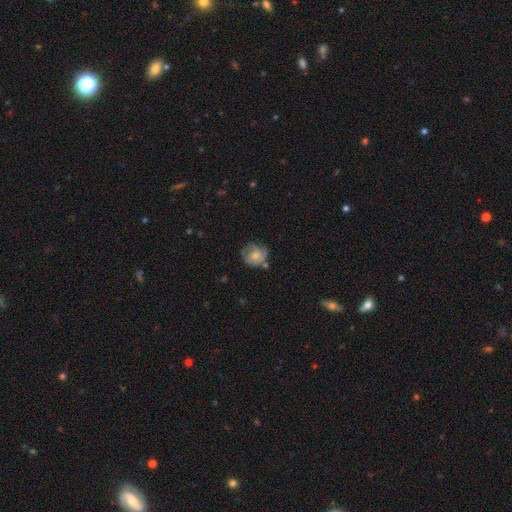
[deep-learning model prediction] This is possibly a smooth galaxy (56%). How rounded: clearly round (80%). Merging: possibly none (57%).